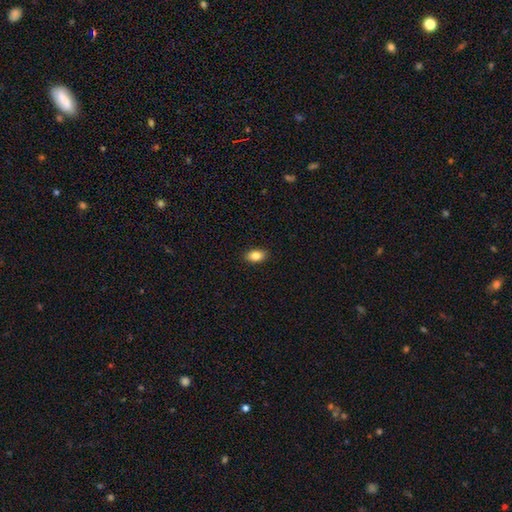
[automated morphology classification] A smooth galaxy with no disk features (85%) that is in between round and cigar-shaped (88%). Merging: none (90%).